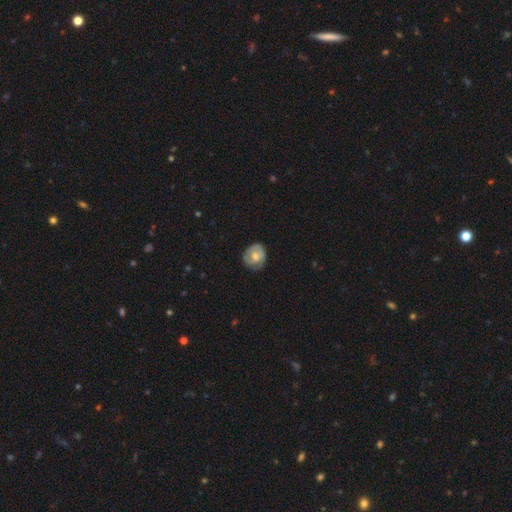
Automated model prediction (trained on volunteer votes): A smooth galaxy with no disk features (52%) that is round (70%). Merging: none (67%).